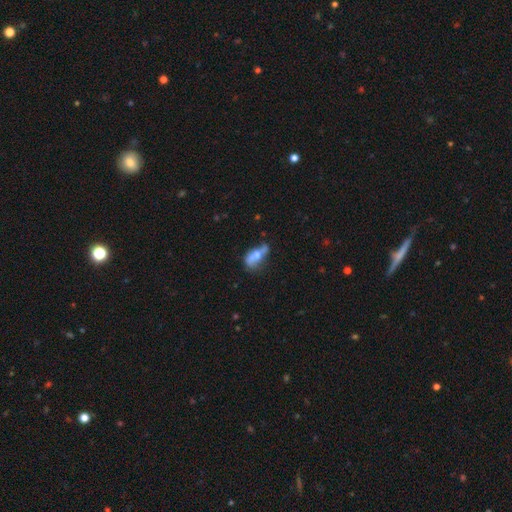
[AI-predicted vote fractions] The model was most divided on "smooth or featured": smooth: 50%, featured or disk: 41%, star or artifact: 9%. Remaining: merging — none (37%).